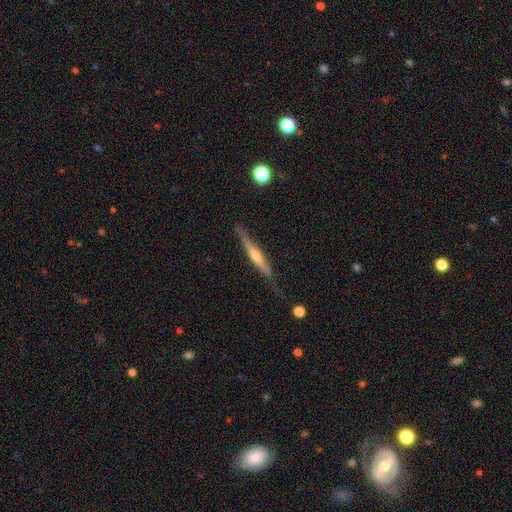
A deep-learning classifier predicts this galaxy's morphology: Smooth or featured? Predicted: featured or disk (p=0.68). Edge-on disk? Predicted: yes (p=0.96). Edge-on bulge? Predicted: rounded (p=0.76). Merging? Predicted: none (p=0.73).